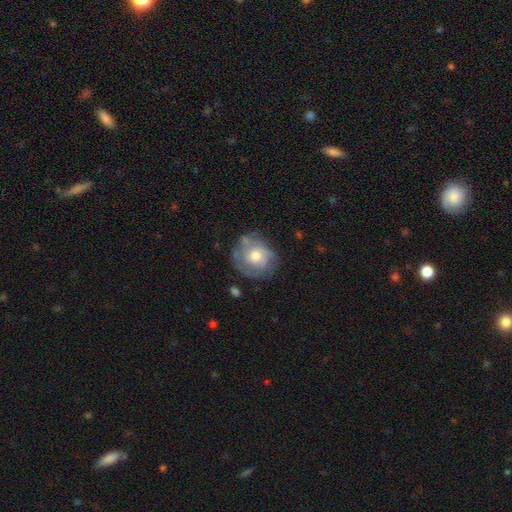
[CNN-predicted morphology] Overall: featured or disk (50%; smooth 42%). Edge-on disk: no (97%). Merging: none (66%).